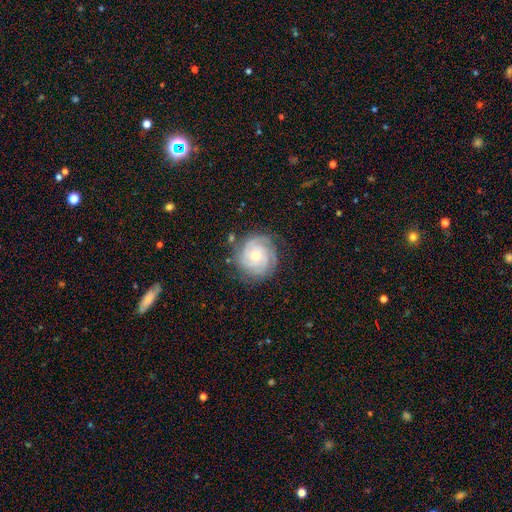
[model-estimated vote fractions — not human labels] The model was most divided on "spiral arm count": 3: 34%, 4: 27%, can't tell: 18%, 2: 10%, more than 4: 6%, 1: 5%. More confident: edge-on disk — no (98%); spiral arms — yes (97%); smooth or featured — featured or disk (83%); merging — none (80%); bar — no (73%); spiral winding — tight (72%); bulge size — small (56%).